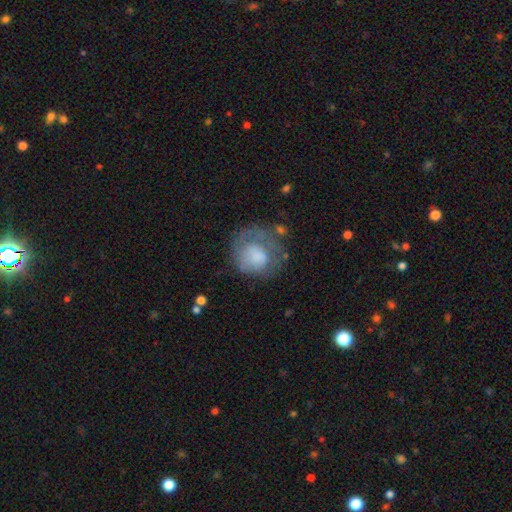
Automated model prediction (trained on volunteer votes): Smooth or featured?
  - smooth: 56% *
  - featured or disk: 35%
  - star or artifact: 8%
How rounded?
  - round: 78% *
  - in between: 21%
  - cigar-shaped: 1%
Merging?
  - none: 46% *
  - major disturbance: 27%
  - minor disturbance: 24%
  - merger: 4%